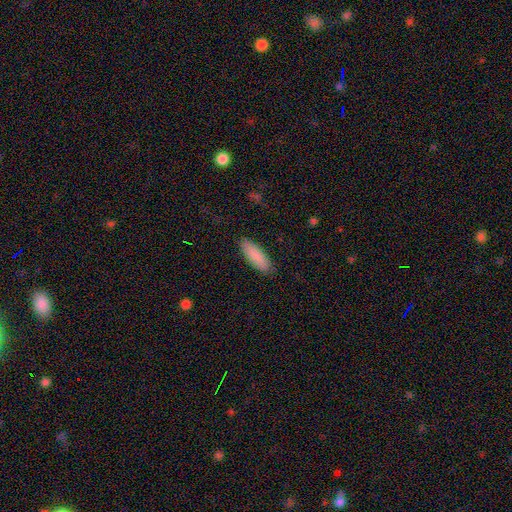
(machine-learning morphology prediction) Q: Smooth or featured?
A: smooth (89%); runner-up: star or artifact (6%)
Q: How rounded?
A: in between (63%); runner-up: cigar-shaped (36%)
Q: Merging?
A: none (87%); runner-up: minor disturbance (9%)